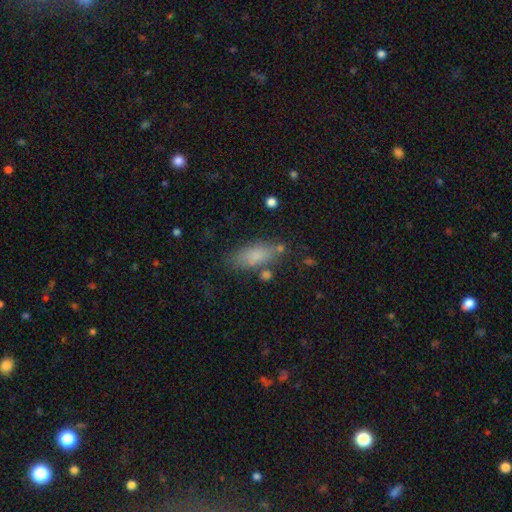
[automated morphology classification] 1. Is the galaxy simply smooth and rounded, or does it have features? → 79% smooth, 12% featured or disk, 8% star or artifact.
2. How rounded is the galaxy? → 77% in between, 20% cigar-shaped, 3% round.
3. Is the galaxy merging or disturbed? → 68% none, 18% minor disturbance, 8% merger, 6% major disturbance.